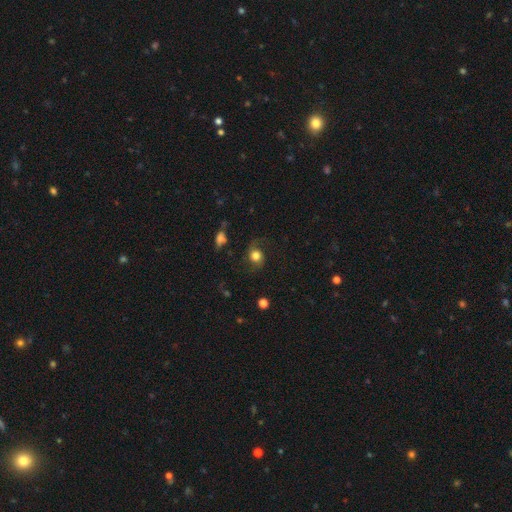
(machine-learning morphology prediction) smooth 47%, featured or disk 42%, star or artifact 11%. Down the decision tree: merging — none (66%).